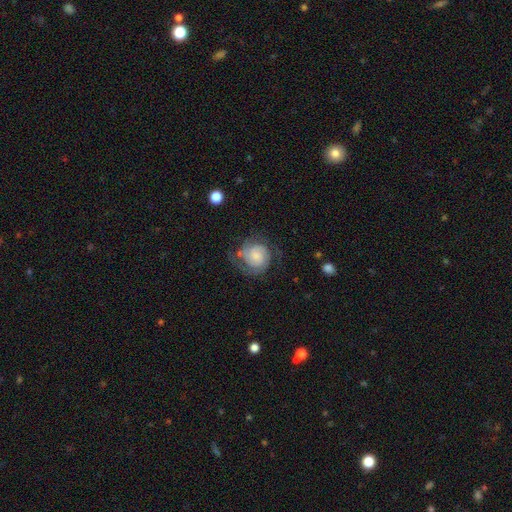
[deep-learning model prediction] Overall: featured or disk (73%). Edge-on disk: no (98%). Bar: no (66%; weak 29%). Spiral arms: yes (94%). Spiral arm count: 2 (58%; can't tell 18%). Spiral winding: tight (55%; medium 35%). Bulge size: small (49%; moderate 25%). Merging: none (62%).